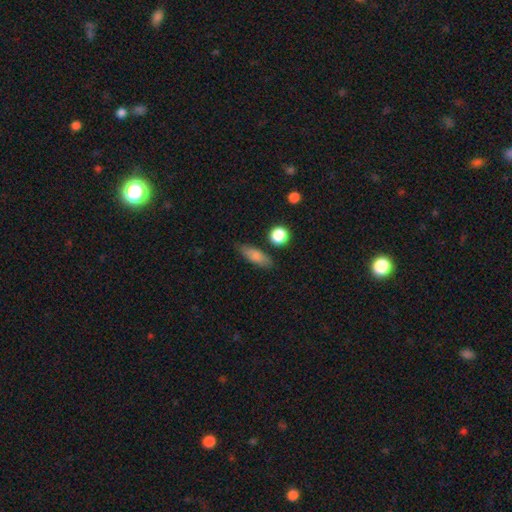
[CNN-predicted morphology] Smooth or featured?
  - smooth: 78% *
  - featured or disk: 14%
  - star or artifact: 8%
How rounded?
  - in between: 56% *
  - cigar-shaped: 38%
  - round: 6%
Merging?
  - none: 77% *
  - minor disturbance: 15%
  - major disturbance: 4%
  - merger: 4%